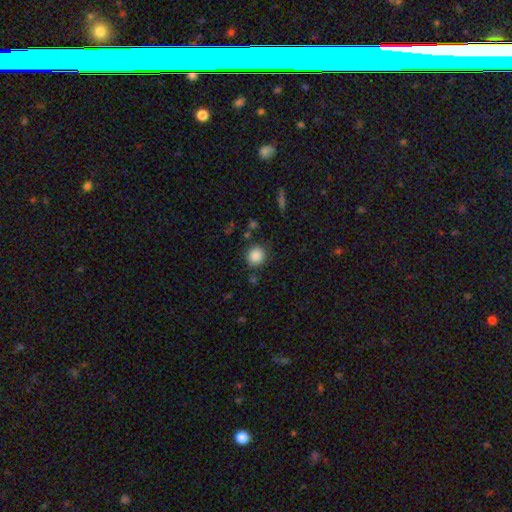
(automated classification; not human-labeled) The model was most divided on "merging": none: 85%, minor disturbance: 9%, merger: 3%, major disturbance: 3%. More confident: how rounded — round (88%); smooth or featured — smooth (87%).